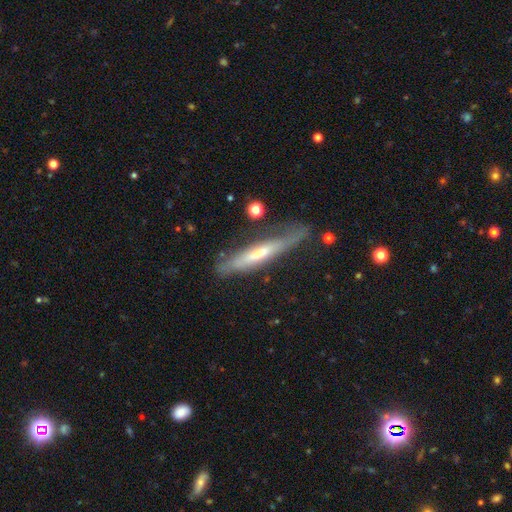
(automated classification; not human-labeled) featured or disk 59%, smooth 34%, star or artifact 7%. Down the decision tree: edge-on disk — yes (78%); merging — none (63%).